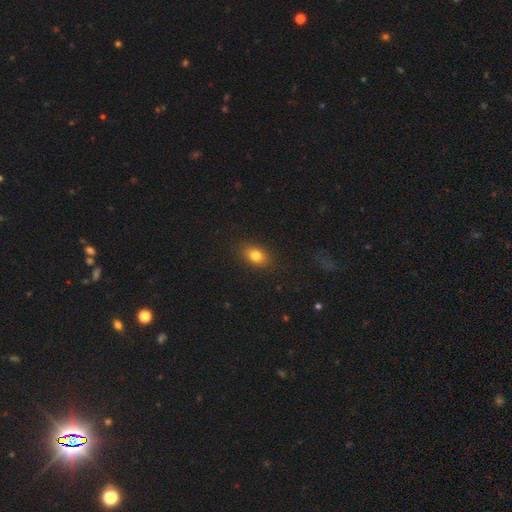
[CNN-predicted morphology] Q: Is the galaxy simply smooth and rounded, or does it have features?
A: smooth — 80%.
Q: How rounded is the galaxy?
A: in between — 77%.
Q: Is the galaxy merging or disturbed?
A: none — 87%.